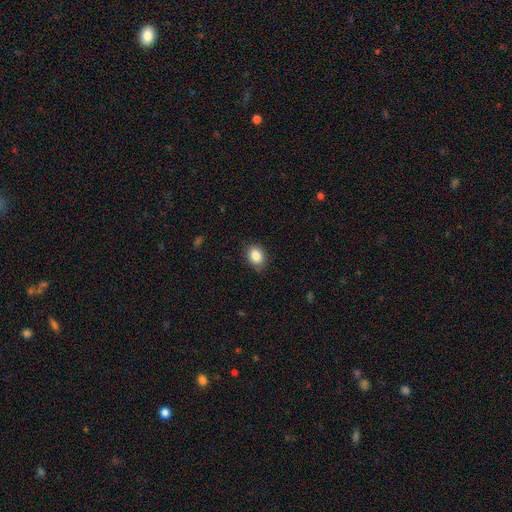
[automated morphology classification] smooth-or-featured: smooth: 85% | star or artifact: 9% | featured or disk: 6%
  how-rounded: in between: 57% | round: 42% | cigar-shaped: 1%
  merging: none: 85% | minor disturbance: 12% | major disturbance: 2% | merger: 1%